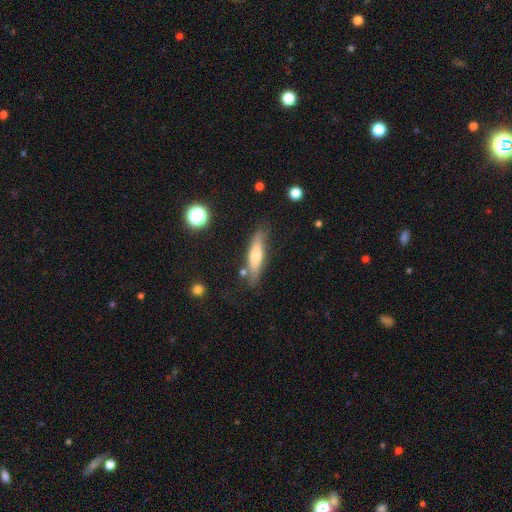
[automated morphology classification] The model was most divided on "smooth or featured": smooth: 61%, featured or disk: 32%, star or artifact: 7%. More confident: merging — none (69%); how rounded — cigar-shaped (67%).